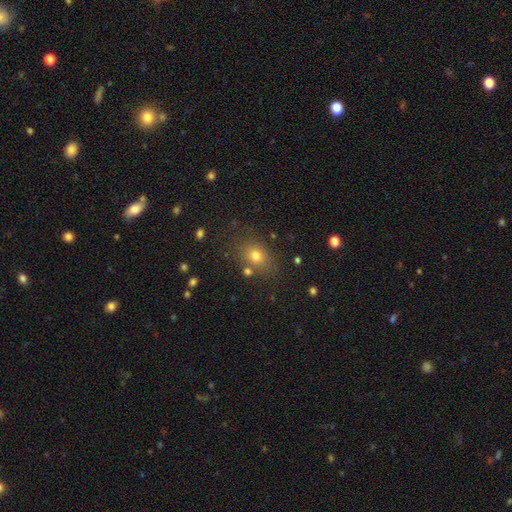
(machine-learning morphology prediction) smooth_or_featured: smooth (p=0.71) [alt: star or artifact p=0.18]
how_rounded: in between (p=0.52) [alt: round p=0.46]
merging: none (p=0.77) [alt: minor disturbance p=0.12]